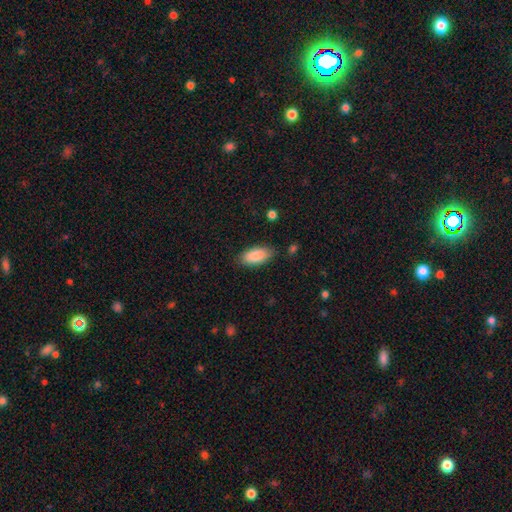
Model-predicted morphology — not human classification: smooth 88%, featured or disk 6%, star or artifact 6%. Down the decision tree: how rounded — in between (90%); merging — none (82%).